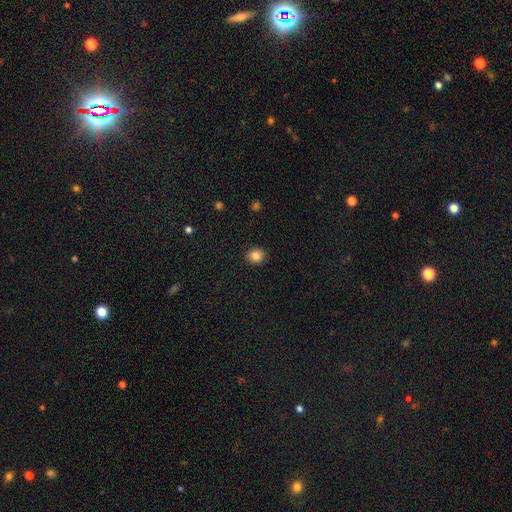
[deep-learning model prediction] smooth 84%, star or artifact 10%, featured or disk 6%. Down the decision tree: how rounded — round (73%); merging — none (91%).